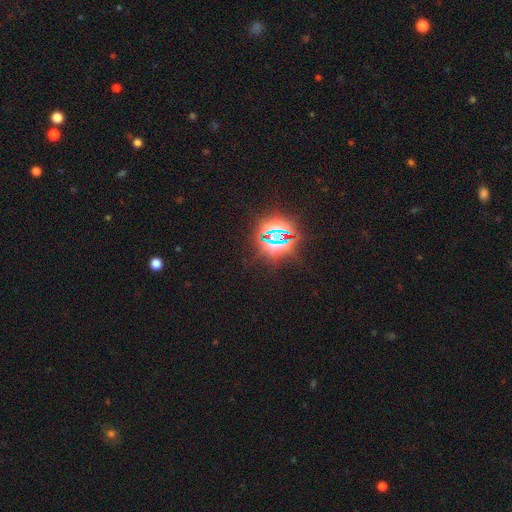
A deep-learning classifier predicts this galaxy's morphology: smooth-or-featured: star or artifact: 83% | smooth: 10% | featured or disk: 7%